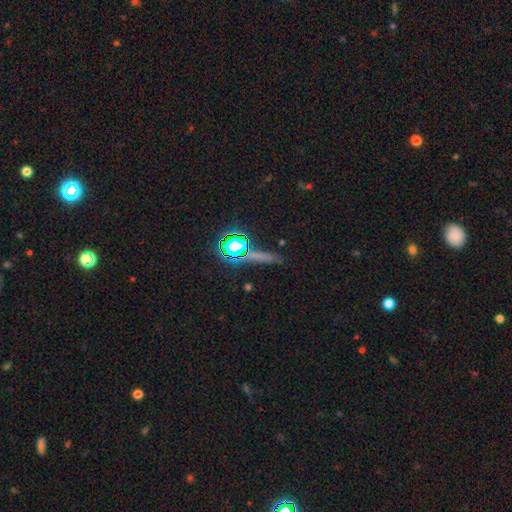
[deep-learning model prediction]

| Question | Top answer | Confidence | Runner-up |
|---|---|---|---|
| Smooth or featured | star or artifact | 57% | smooth (29%) |